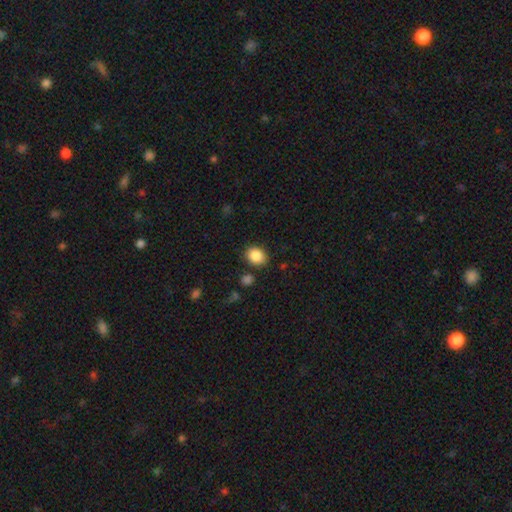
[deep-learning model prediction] The model was most divided on "how rounded": round: 50%, in between: 49%, cigar-shaped: 1%. More confident: smooth or featured — smooth (87%); merging — none (83%).